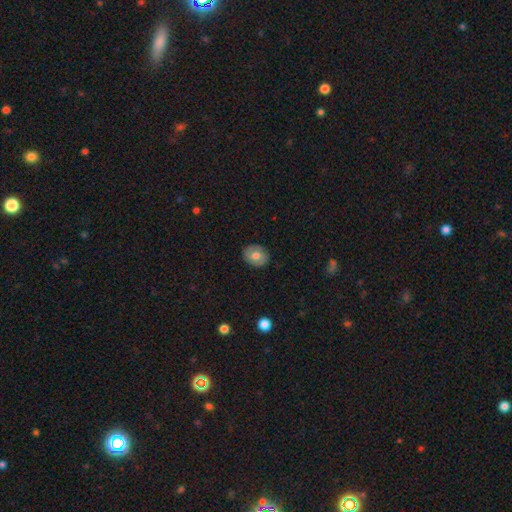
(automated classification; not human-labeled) A smooth galaxy with no disk features (70%) that is round (52%). Merging: none (87%).